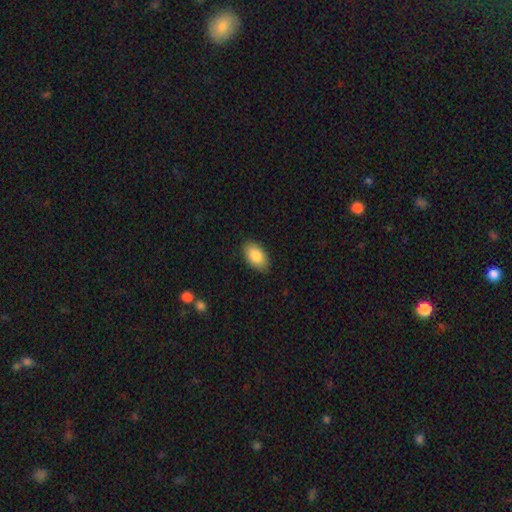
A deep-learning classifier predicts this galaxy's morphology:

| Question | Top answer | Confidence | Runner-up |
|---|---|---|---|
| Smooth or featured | smooth | 86% | featured or disk (8%) |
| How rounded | in between | 94% | round (4%) |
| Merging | none | 86% | minor disturbance (10%) |